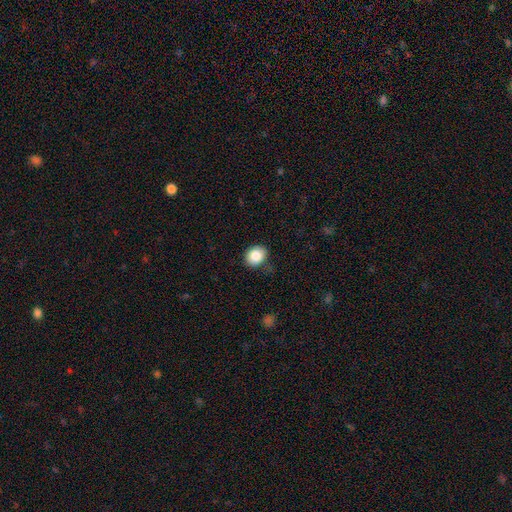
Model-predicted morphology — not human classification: smooth_or_featured: smooth (p=0.86) [alt: star or artifact p=0.09]
how_rounded: round (p=0.63) [alt: in between p=0.36]
merging: none (p=0.80) [alt: minor disturbance p=0.16]